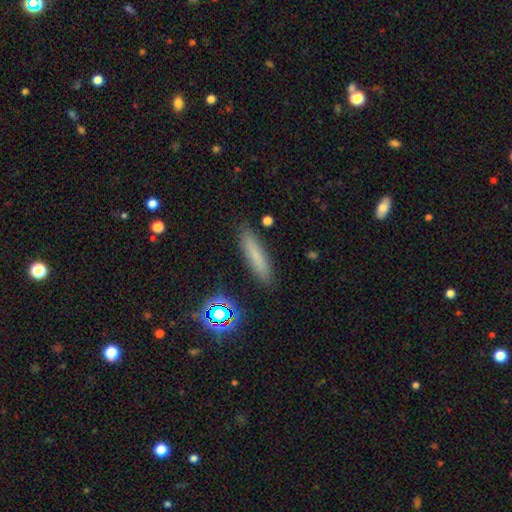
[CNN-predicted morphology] Smooth or featured: smooth — 75% (star or artifact — 13%)
How rounded: cigar-shaped — 81% (in between — 17%)
Merging: none — 87% (minor disturbance — 9%)